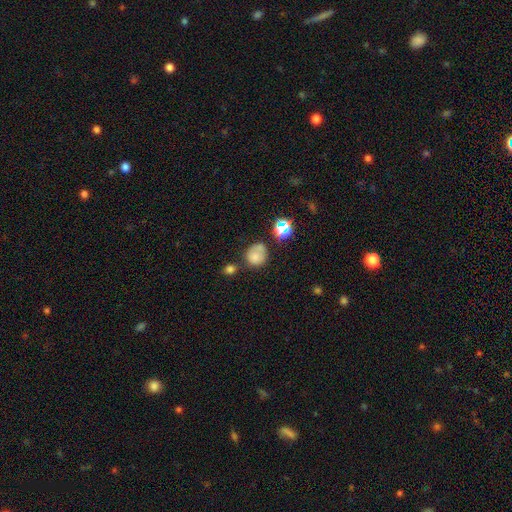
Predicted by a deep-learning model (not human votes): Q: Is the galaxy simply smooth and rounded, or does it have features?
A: smooth — 72%.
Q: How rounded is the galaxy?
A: round — 80%.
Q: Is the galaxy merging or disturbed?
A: none — 53%.